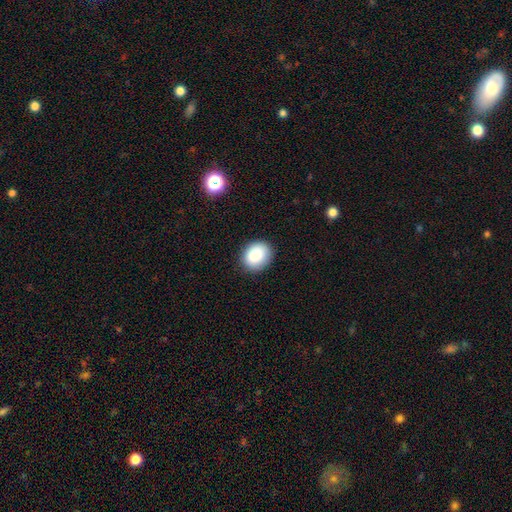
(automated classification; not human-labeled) Q: Smooth or featured?
A: smooth (86%); runner-up: star or artifact (8%)
Q: How rounded?
A: round (53%); runner-up: in between (46%)
Q: Merging?
A: none (87%); runner-up: minor disturbance (10%)